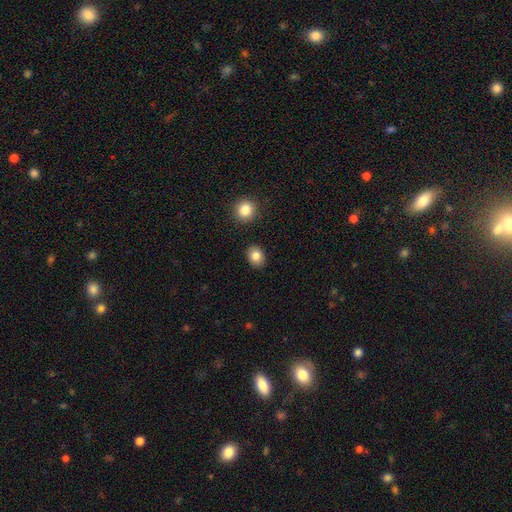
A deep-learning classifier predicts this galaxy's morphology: type=smooth (83%); roundness=round (51%); merging=none (88%).